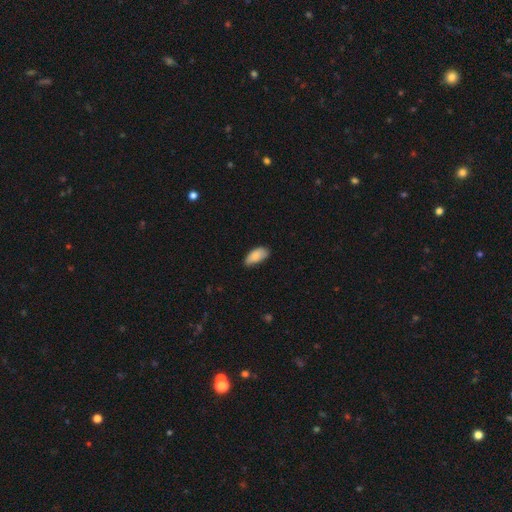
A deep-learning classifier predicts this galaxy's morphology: The model was most divided on "merging": none: 68%, minor disturbance: 27%, major disturbance: 4%, merger: 1%. More confident: how rounded — in between (91%); smooth or featured — smooth (87%).